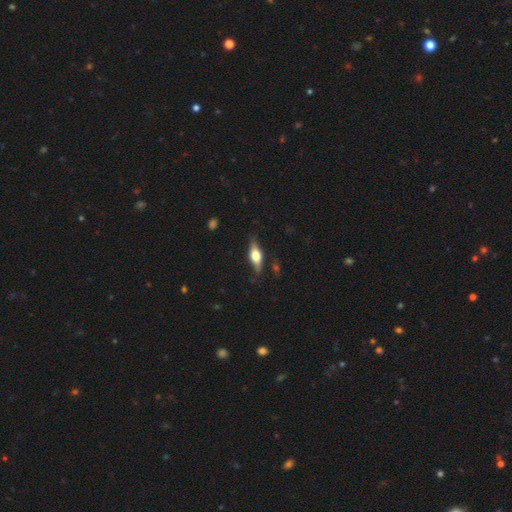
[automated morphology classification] Overall: featured or disk (54%; smooth 39%). Edge-on disk: yes (91%). Merging: none (79%).